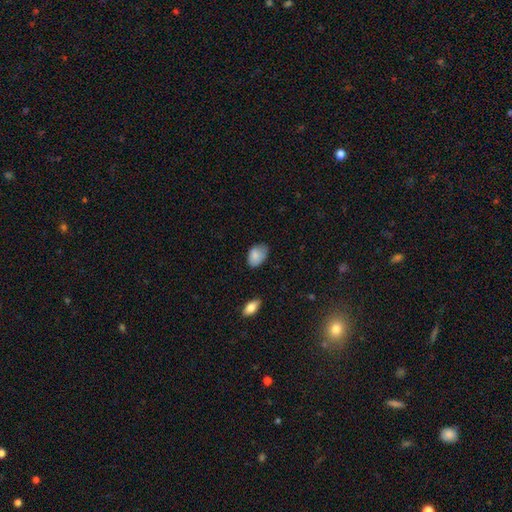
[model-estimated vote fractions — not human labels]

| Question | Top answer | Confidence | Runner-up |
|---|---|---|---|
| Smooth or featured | smooth | 84% | featured or disk (8%) |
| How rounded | in between | 87% | round (12%) |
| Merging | none | 60% | minor disturbance (33%) |